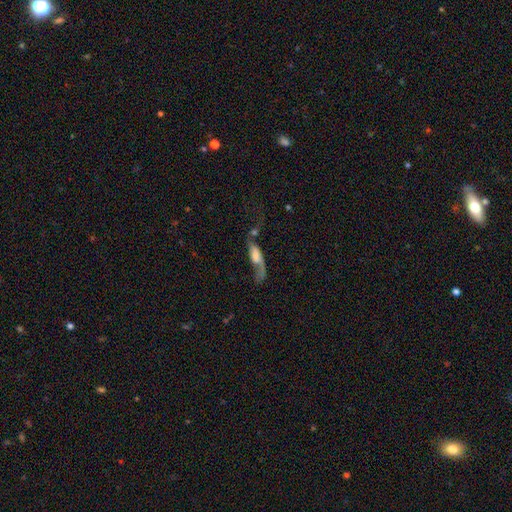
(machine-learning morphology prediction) Smooth or featured?
  - featured or disk: 51% *
  - smooth: 39%
  - star or artifact: 10%
Edge-on disk?
  - no: 70% *
  - yes: 30%
Merging?
  - major disturbance: 42% *
  - none: 24%
  - merger: 18%
  - minor disturbance: 16%